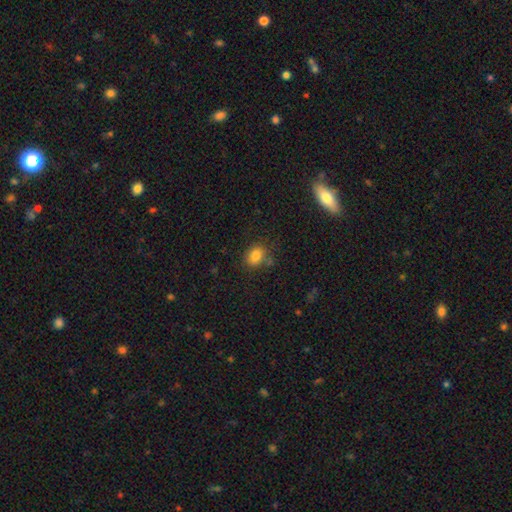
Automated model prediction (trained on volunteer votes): This appears to be a smooth galaxy with no disk features (83%) that is in between round and cigar-shaped (60%). Merging: none (73%).